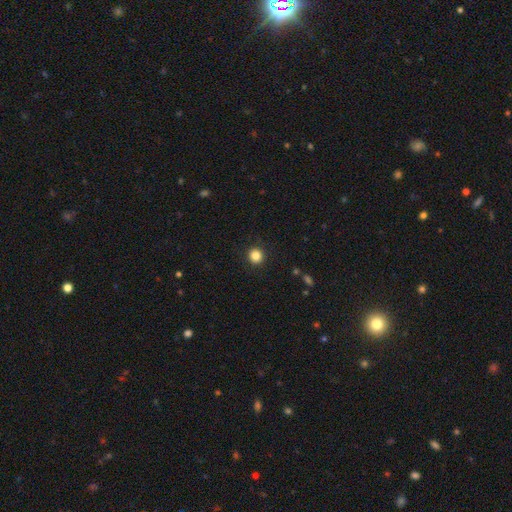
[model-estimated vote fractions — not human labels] Smooth or featured? Predicted: smooth (p=0.84). How rounded? Predicted: round (p=0.92). Merging? Predicted: none (p=0.92).